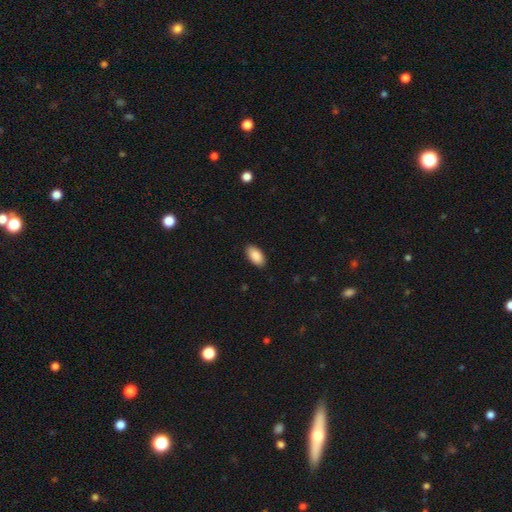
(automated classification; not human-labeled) smooth-or-featured: smooth: 90% | star or artifact: 6% | featured or disk: 4%
  how-rounded: in between: 95% | cigar-shaped: 3% | round: 2%
  merging: none: 89% | minor disturbance: 8% | major disturbance: 2% | merger: 1%